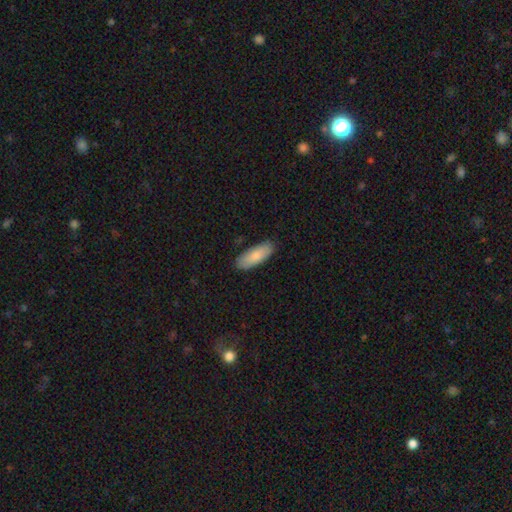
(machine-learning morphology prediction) smooth-or-featured: smooth: 83% | featured or disk: 11% | star or artifact: 6%
  how-rounded: in between: 75% | cigar-shaped: 23% | round: 2%
  merging: none: 86% | minor disturbance: 11% | major disturbance: 2% | merger: 1%